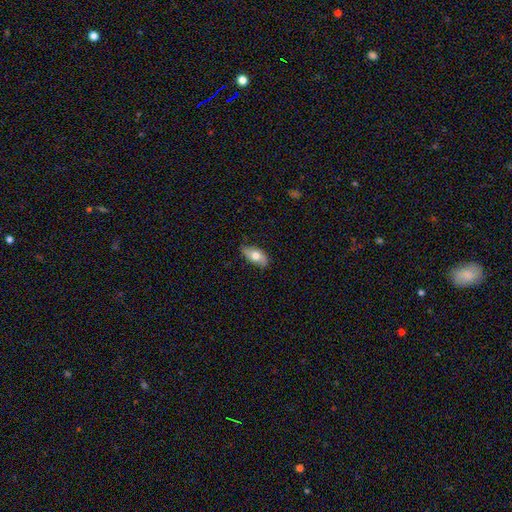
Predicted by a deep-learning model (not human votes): Smooth or featured? Predicted: smooth (p=0.63). How rounded? Predicted: in between (p=0.88). Merging? Predicted: none (p=0.77).